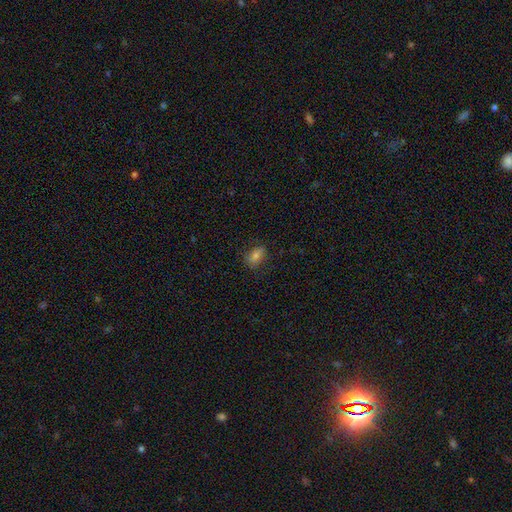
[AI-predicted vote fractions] Overall: smooth (66%). How rounded: in between (77%). Merging: none (80%).